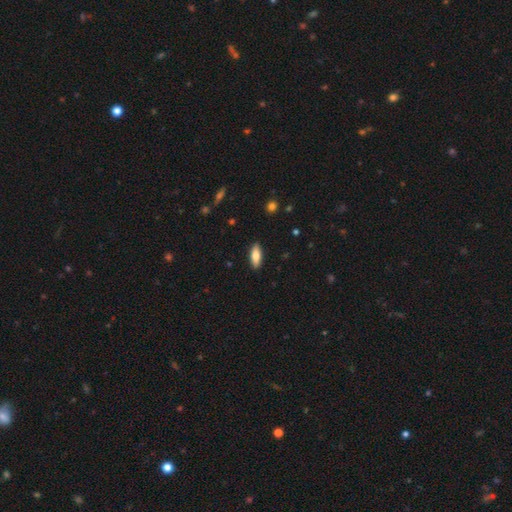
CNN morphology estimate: This is likely a smooth galaxy (78%). How rounded: likely in between (68%). Merging: clearly none (89%).